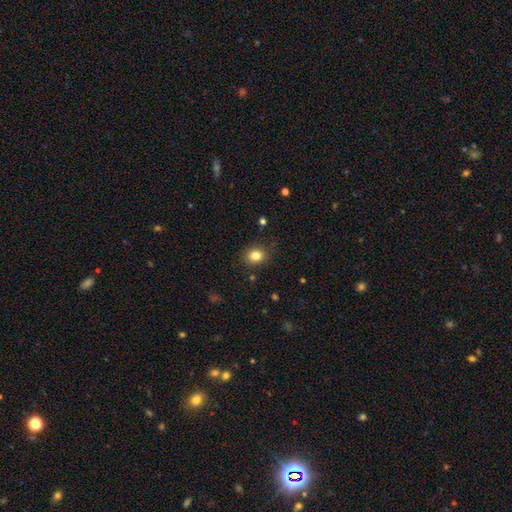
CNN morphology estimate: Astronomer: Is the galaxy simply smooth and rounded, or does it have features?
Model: smooth — 82%.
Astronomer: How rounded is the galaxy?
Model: round — 64%.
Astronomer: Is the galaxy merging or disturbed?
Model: none — 85%.